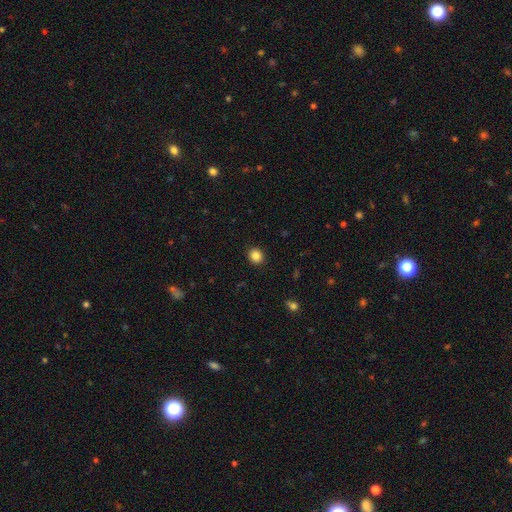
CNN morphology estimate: A smooth galaxy with no disk features (86%) that is round (79%).

Vote fractions:
- Smooth or featured? smooth: 86% / star or artifact: 10% / featured or disk: 4%
- How rounded? round: 79% / in between: 20% / cigar-shaped: 1%
- Merging? none: 92% / minor disturbance: 5% / major disturbance: 2% / merger: 1%